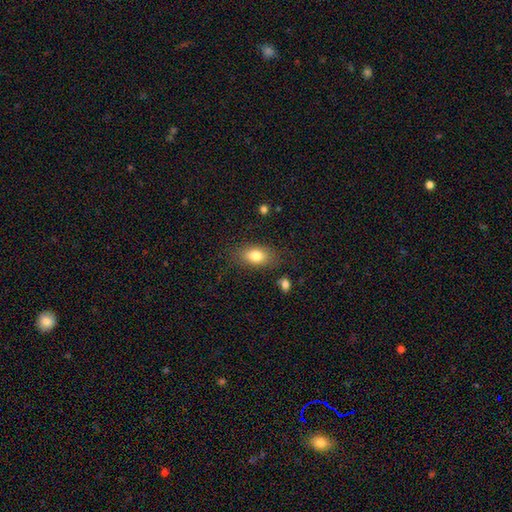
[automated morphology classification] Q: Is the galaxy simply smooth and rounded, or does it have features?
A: smooth — 81%.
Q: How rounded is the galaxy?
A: in between — 86%.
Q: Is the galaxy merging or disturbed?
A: none — 80%.